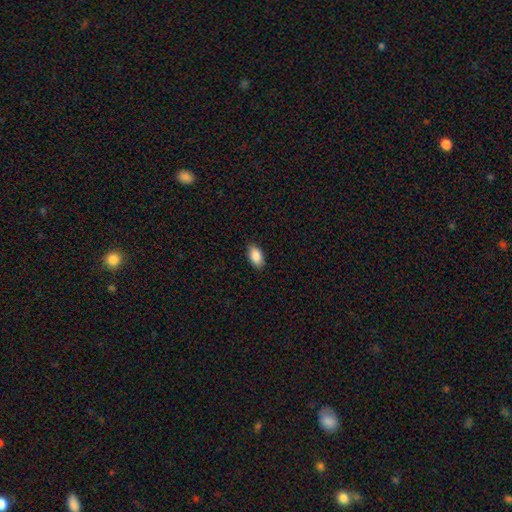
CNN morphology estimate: Smooth or featured? Predicted: smooth (p=0.89). How rounded? Predicted: in between (p=0.94). Merging? Predicted: none (p=0.87).